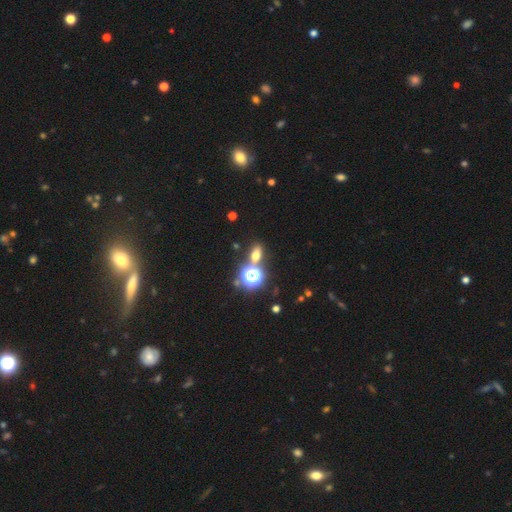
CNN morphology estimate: This appears to be a smooth galaxy with no disk features (57%) that is in between round and cigar-shaped (60%). Merging: none (75%).